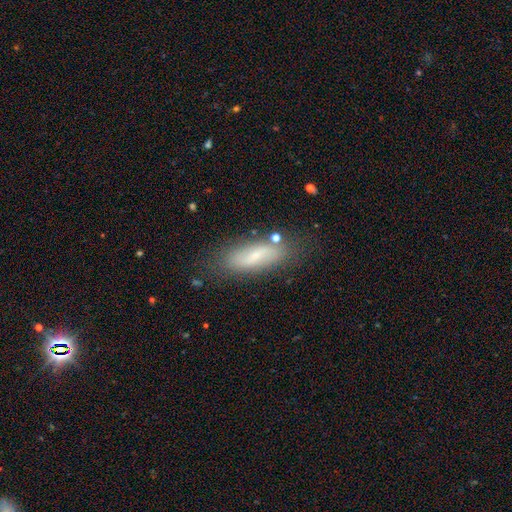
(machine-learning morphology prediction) Smooth or featured?
  - smooth: 55% *
  - featured or disk: 35%
  - star or artifact: 9%
How rounded?
  - in between: 51% *
  - cigar-shaped: 46%
  - round: 3%
Merging?
  - none: 74% *
  - minor disturbance: 17%
  - major disturbance: 5%
  - merger: 4%